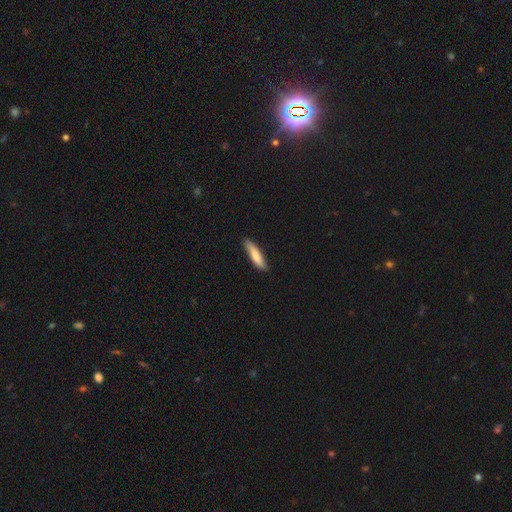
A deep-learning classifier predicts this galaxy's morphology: Smooth or featured: smooth — 80% (featured or disk — 15%)
How rounded: cigar-shaped — 83% (in between — 15%)
Merging: none — 84% (minor disturbance — 13%)